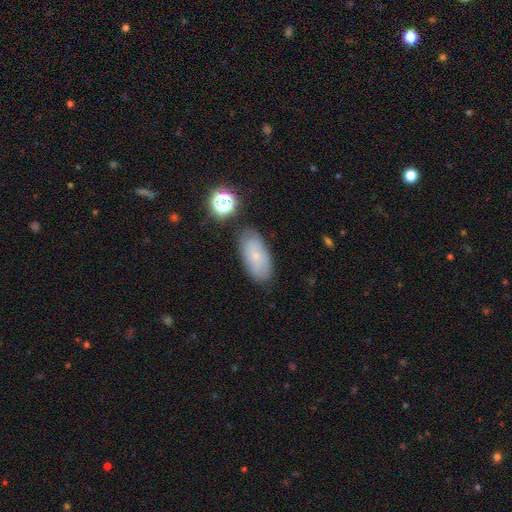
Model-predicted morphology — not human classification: This appears to be a smooth galaxy with no disk features (67%) that is in between round and cigar-shaped (92%). Merging: none (78%).